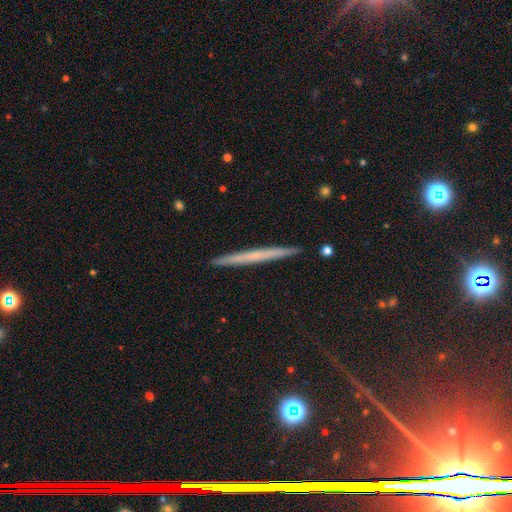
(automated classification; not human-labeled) This is possibly a featured or disk galaxy (47%). Merging: clearly none (92%).